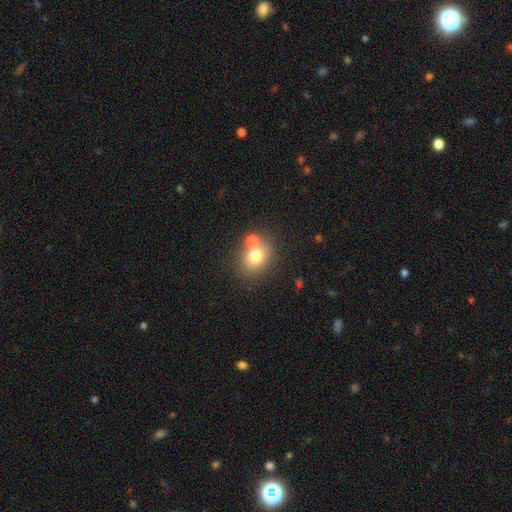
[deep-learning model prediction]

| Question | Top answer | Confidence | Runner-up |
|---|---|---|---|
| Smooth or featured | smooth | 74% | star or artifact (13%) |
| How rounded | round | 59% | in between (40%) |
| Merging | none | 60% | merger (25%) |